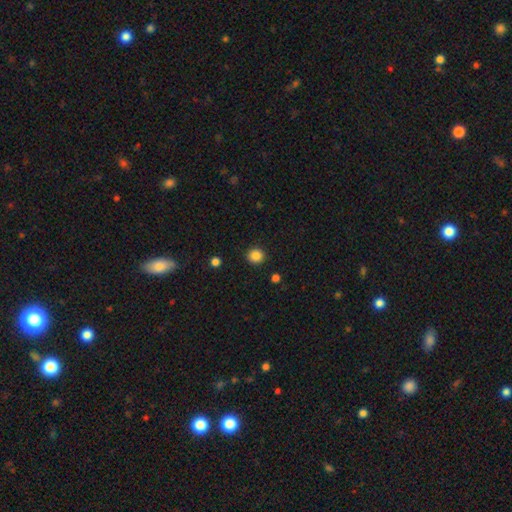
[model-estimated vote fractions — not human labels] A smooth galaxy with no disk features (86%) that is round (90%). Merging: none (91%).